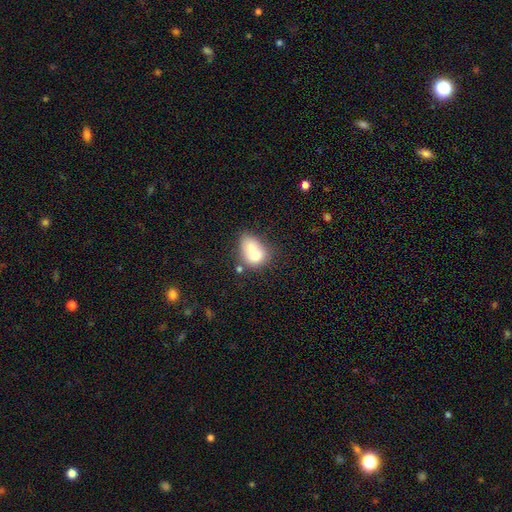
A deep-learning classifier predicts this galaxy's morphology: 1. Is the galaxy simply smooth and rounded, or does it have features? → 66% smooth, 25% featured or disk, 8% star or artifact.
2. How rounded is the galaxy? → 61% in between, 37% round, 1% cigar-shaped.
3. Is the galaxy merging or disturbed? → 67% merger, 20% none, 8% minor disturbance, 4% major disturbance.